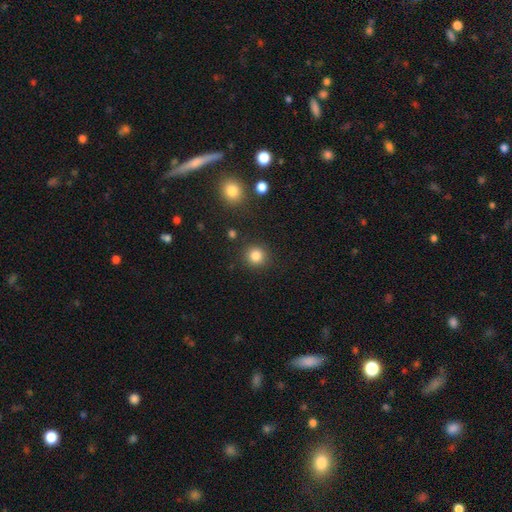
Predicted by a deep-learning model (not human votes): Smooth or featured? smooth (84%)
How rounded? round (92%)
Merging? none (88%)